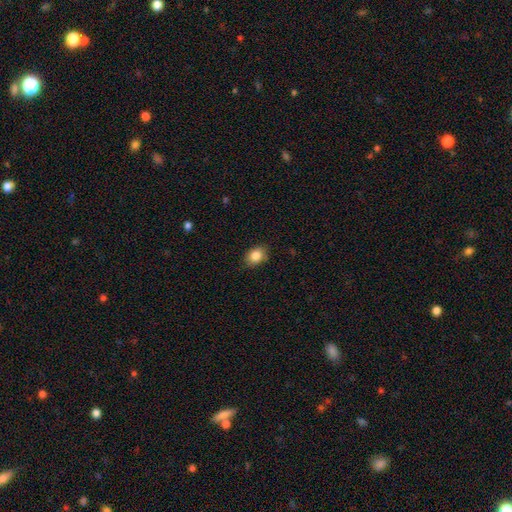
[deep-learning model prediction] A smooth galaxy with no disk features (86%) that is in between round and cigar-shaped (66%). Merging: none (84%).